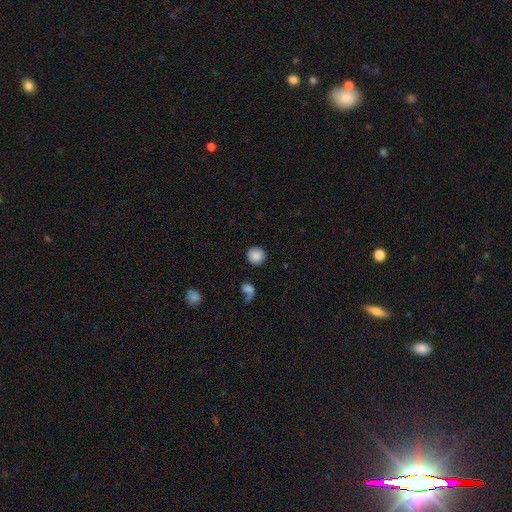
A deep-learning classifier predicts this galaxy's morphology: smooth 83%, star or artifact 9%, featured or disk 7%. Down the decision tree: how rounded — round (92%); merging — none (83%).